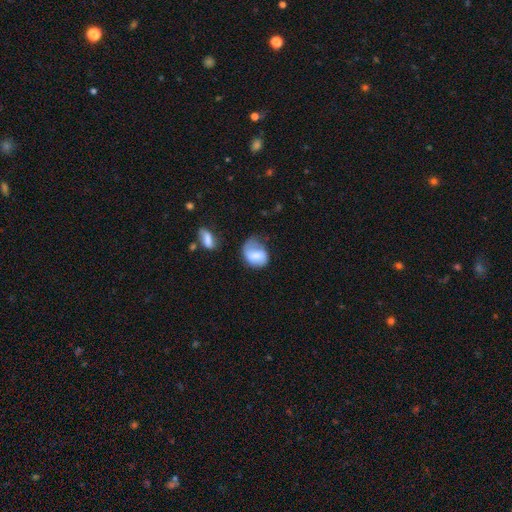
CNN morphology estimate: A smooth galaxy with no disk features (57%) that is in between round and cigar-shaped (58%).

Vote fractions:
- Smooth or featured? smooth: 57% / featured or disk: 35% / star or artifact: 8%
- How rounded? in between: 58% / round: 41% / cigar-shaped: 1%
- Merging? none: 38% / minor disturbance: 33% / major disturbance: 24% / merger: 5%